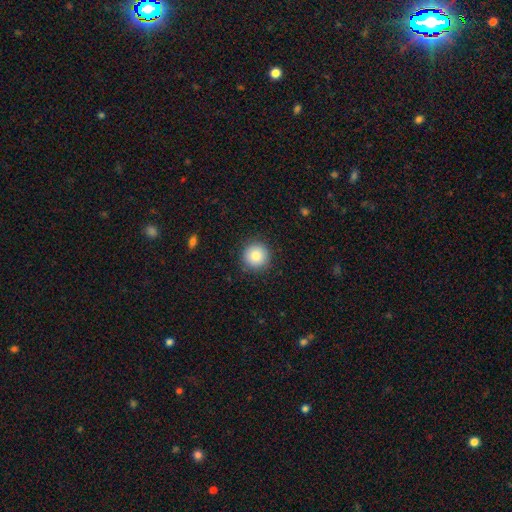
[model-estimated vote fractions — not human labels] This appears to be a smooth galaxy with no disk features (83%) that is round (95%). Merging: none (90%).